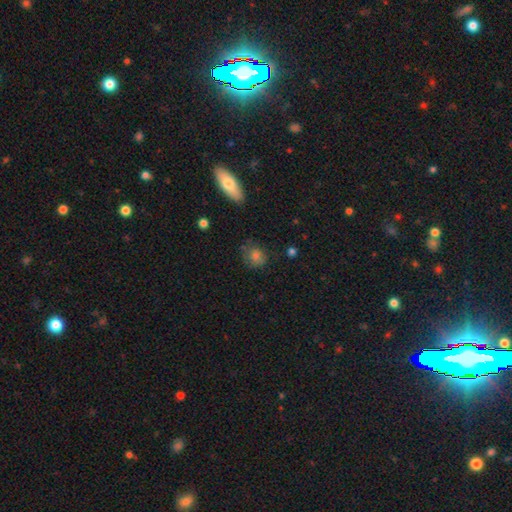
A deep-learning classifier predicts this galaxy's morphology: A smooth galaxy with no disk features (72%) that is round (66%).

Vote fractions:
- Smooth or featured? smooth: 72% / featured or disk: 15% / star or artifact: 13%
- How rounded? round: 66% / in between: 31% / cigar-shaped: 3%
- Merging? none: 68% / minor disturbance: 21% / major disturbance: 8% / merger: 2%